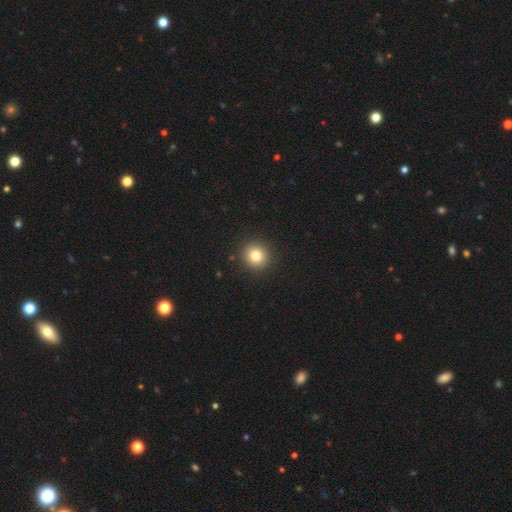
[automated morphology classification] A smooth galaxy with no disk features (81%) that is round (92%).

Vote fractions:
- Smooth or featured? smooth: 81% / star or artifact: 12% / featured or disk: 8%
- How rounded? round: 92% / in between: 7% / cigar-shaped: 1%
- Merging? none: 92% / minor disturbance: 5% / major disturbance: 2% / merger: 1%